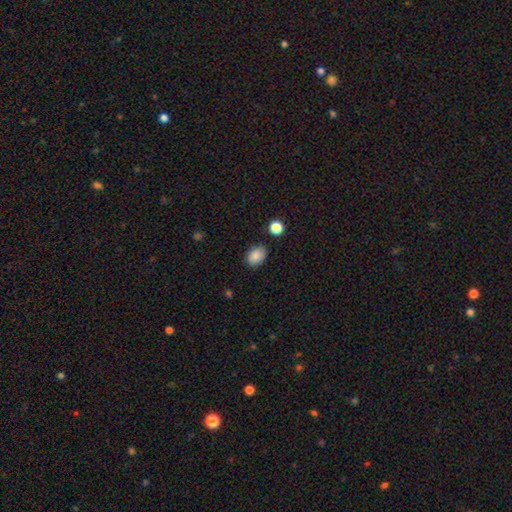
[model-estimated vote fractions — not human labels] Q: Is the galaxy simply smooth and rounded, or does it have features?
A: smooth — 87%.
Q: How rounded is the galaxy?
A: in between — 77%.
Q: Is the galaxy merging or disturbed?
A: none — 83%.